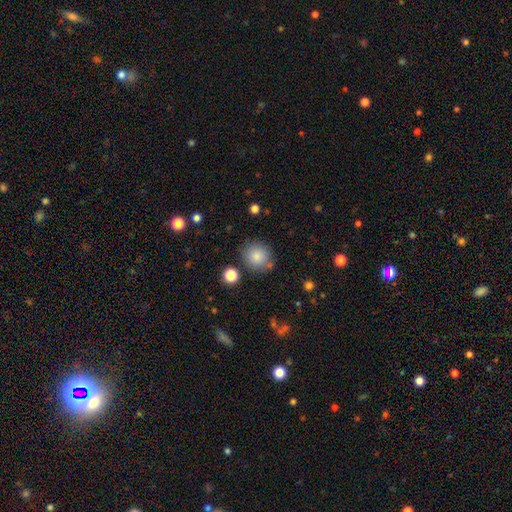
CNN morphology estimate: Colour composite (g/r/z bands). It shows a smooth galaxy with no disk features (84%) that is round (86%). Merging: none (80%).